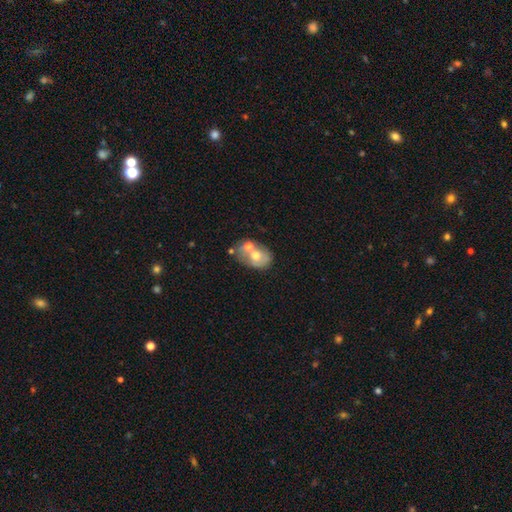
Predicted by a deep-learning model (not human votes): Smooth or featured? Predicted: smooth (p=0.57). How rounded? Predicted: in between (p=0.70). Merging? Predicted: merger (p=0.46).